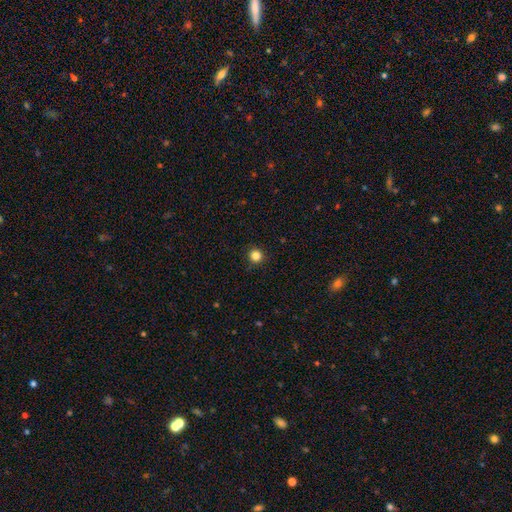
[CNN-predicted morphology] This is clearly a smooth galaxy (84%). How rounded: clearly round (94%). Merging: clearly none (92%).